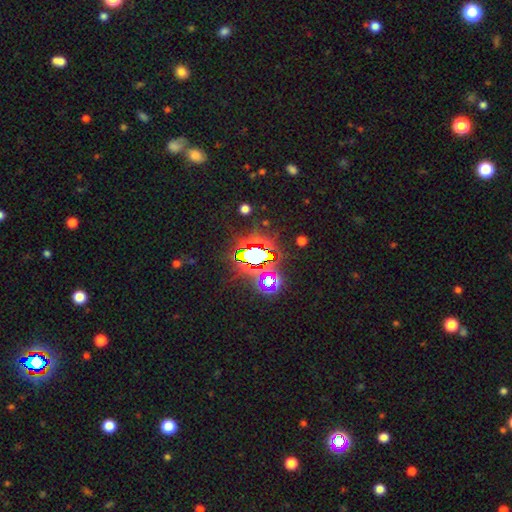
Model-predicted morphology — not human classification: Smooth or featured? star or artifact (76%)